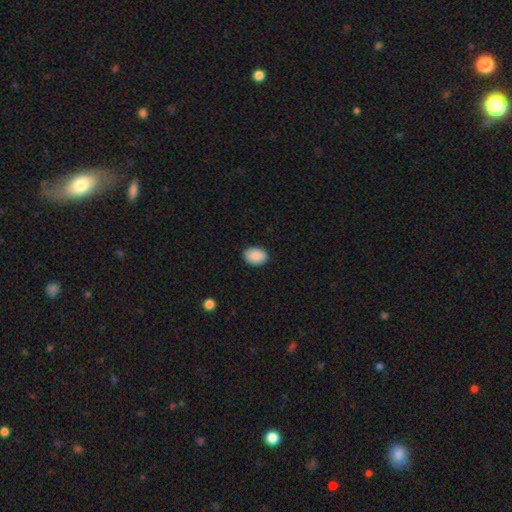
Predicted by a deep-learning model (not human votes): Smooth or featured?
  - smooth: 90% *
  - star or artifact: 7%
  - featured or disk: 3%
How rounded?
  - in between: 77% *
  - round: 22%
  - cigar-shaped: 1%
Merging?
  - none: 88% *
  - minor disturbance: 9%
  - major disturbance: 2%
  - merger: 1%